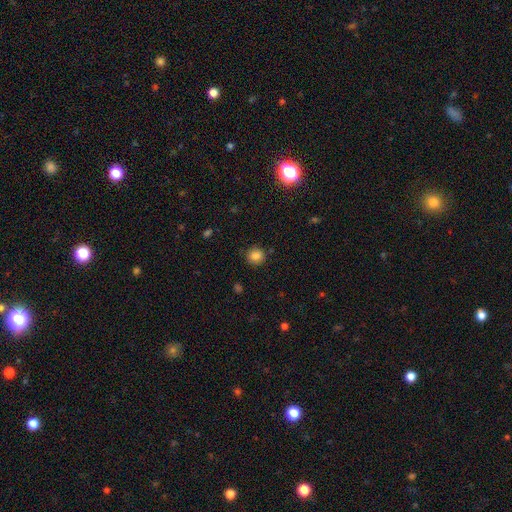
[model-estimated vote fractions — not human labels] Smooth or featured? smooth (84%)
How rounded? round (92%)
Merging? none (89%)